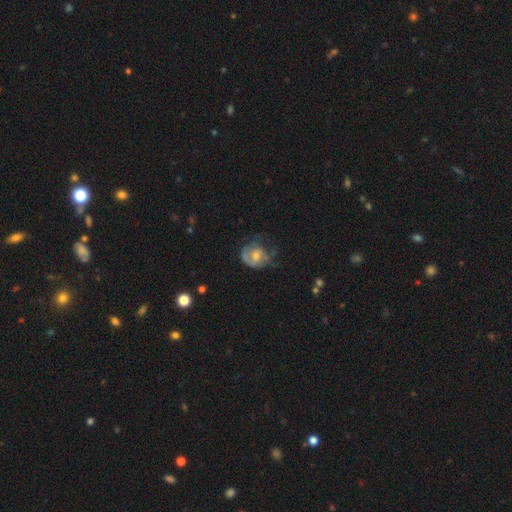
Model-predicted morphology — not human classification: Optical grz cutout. It shows a featured or disk galaxy (58%) with no bar (72%), spiral arms (66%) and a moderate central bulge (55%). Merging: none (48%).